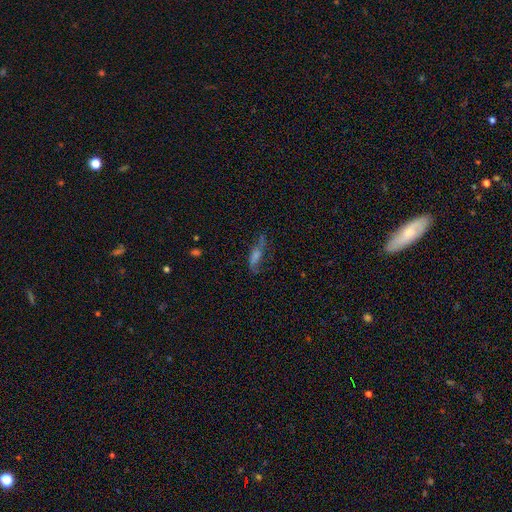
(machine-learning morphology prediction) Overall: featured or disk (51%; smooth 31%). Edge-on disk: no (54%; yes 46%). Merging: none (62%).